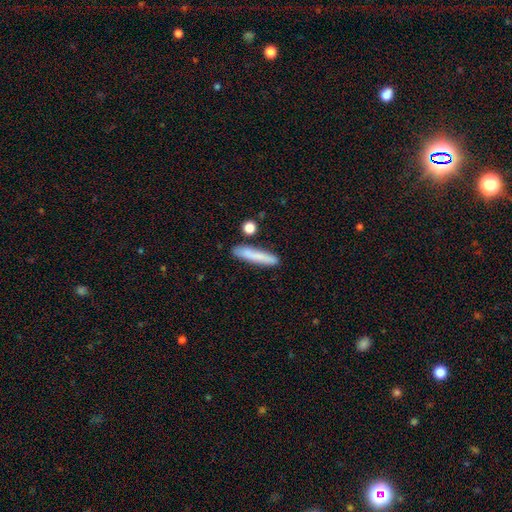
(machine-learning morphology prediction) This appears to be a smooth galaxy with no disk features (79%) that is cigar-shaped (90%). Merging: none (81%).